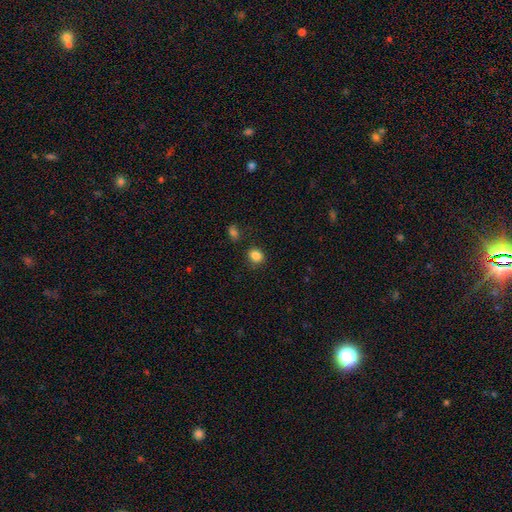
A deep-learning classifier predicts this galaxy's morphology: smooth 85%, star or artifact 11%, featured or disk 4%. Down the decision tree: how rounded — round (71%); merging — none (84%).